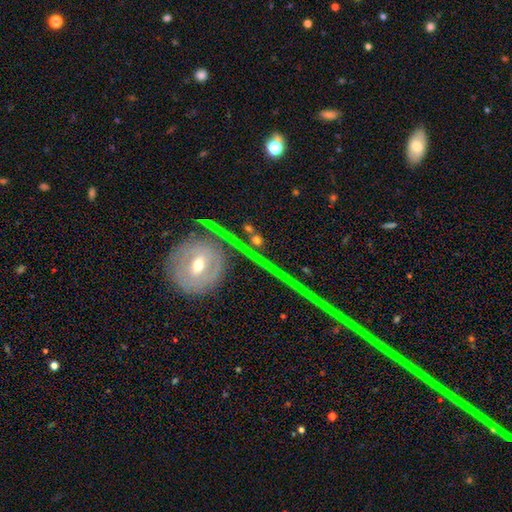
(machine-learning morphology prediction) This appears to be a featured or disk galaxy (49%). Merging: none (81%).